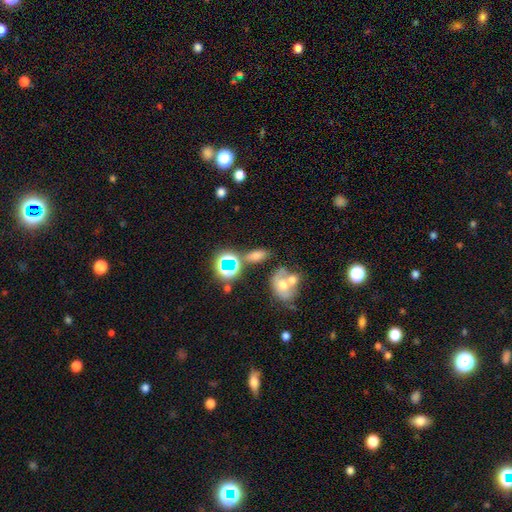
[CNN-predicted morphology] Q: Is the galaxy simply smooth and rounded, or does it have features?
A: smooth — 62%.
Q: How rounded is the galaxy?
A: in between — 83%.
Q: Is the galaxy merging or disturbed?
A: none — 56%.